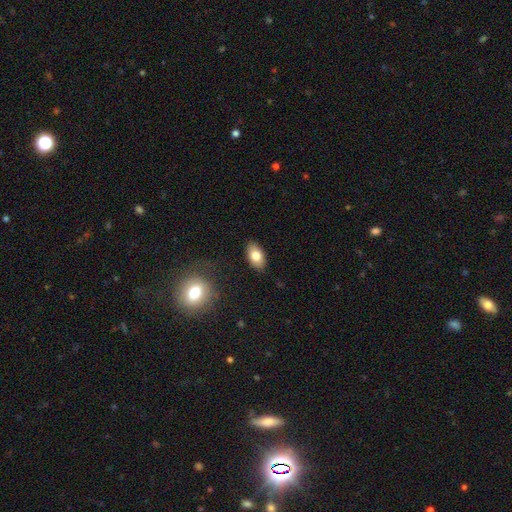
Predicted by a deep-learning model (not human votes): This appears to be a smooth galaxy with no disk features (79%) that is in between round and cigar-shaped (92%). Merging: none (86%).